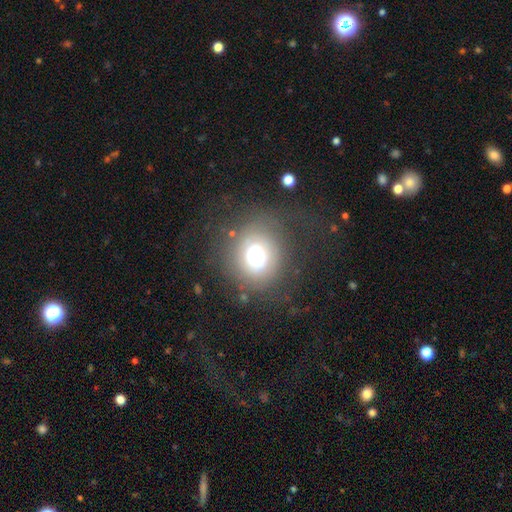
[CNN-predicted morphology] smooth_or_featured: smooth (p=0.62) [alt: featured or disk p=0.20]
how_rounded: round (p=0.85) [alt: in between p=0.14]
merging: none (p=0.69) [alt: major disturbance p=0.15]